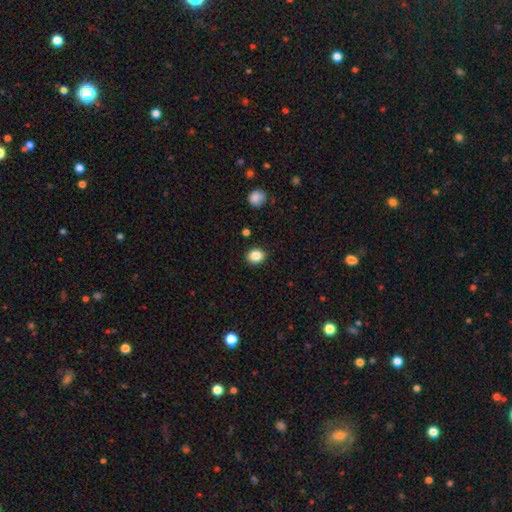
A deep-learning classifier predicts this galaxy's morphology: Q: Smooth or featured?
A: smooth (86%); runner-up: star or artifact (10%)
Q: How rounded?
A: round (63%); runner-up: in between (36%)
Q: Merging?
A: none (89%); runner-up: minor disturbance (7%)